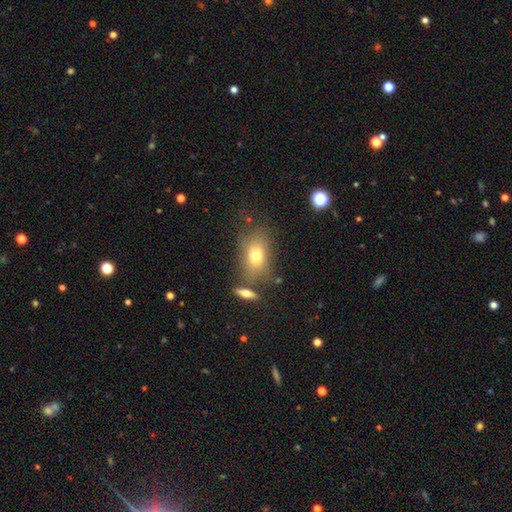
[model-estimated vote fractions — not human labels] Smooth or featured? smooth (72%)
How rounded? in between (79%)
Merging? none (65%)